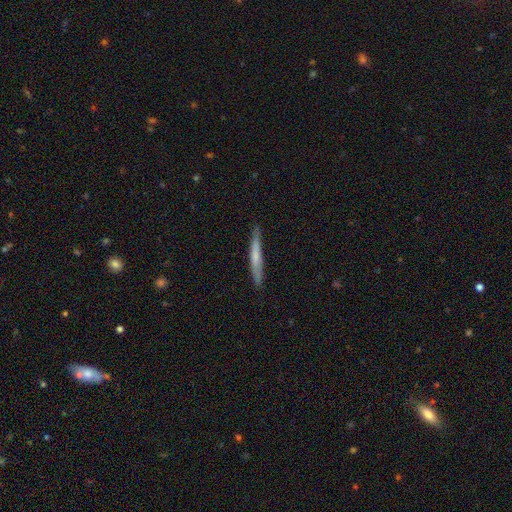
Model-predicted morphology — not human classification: This appears to be a smooth galaxy with no disk features (58%) that is cigar-shaped (96%). Merging: none (86%).